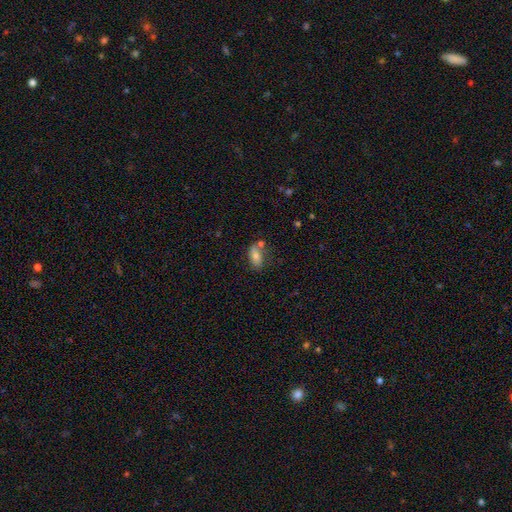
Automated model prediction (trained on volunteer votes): The model was most divided on "merging": none: 54%, merger: 20%, minor disturbance: 20%, major disturbance: 7%. More confident: how rounded — in between (88%); smooth or featured — smooth (71%).